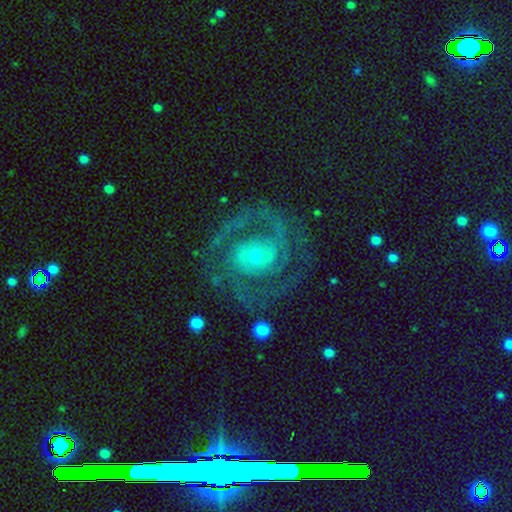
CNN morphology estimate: smooth_or_featured: featured or disk (p=0.89) [alt: smooth p=0.06]
disk_edge_on: no (p=0.98) [alt: yes p=0.02]
bar: no (p=0.48) [alt: weak p=0.39]
has_spiral_arms: yes (p=0.96) [alt: no p=0.04]
spiral_winding: tight (p=0.53) [alt: medium p=0.38]
spiral_arm_count: 2 (p=0.47) [alt: 3 p=0.19]
bulge_size: small (p=0.56) [alt: moderate p=0.40]
merging: none (p=0.70) [alt: minor disturbance p=0.15]